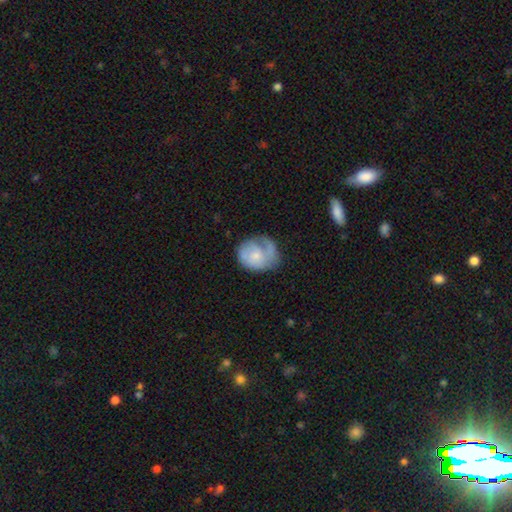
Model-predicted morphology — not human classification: type=smooth (48%); merging=none (40%).